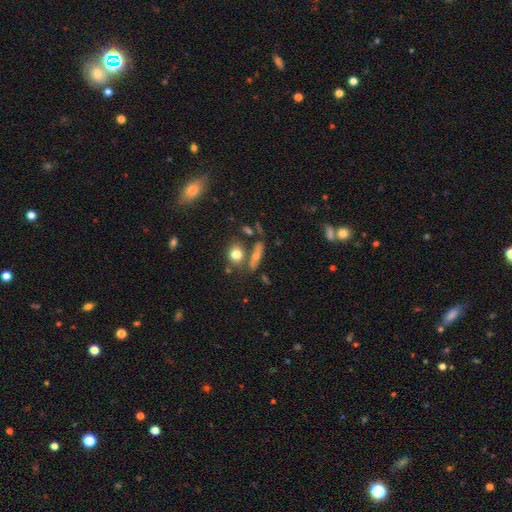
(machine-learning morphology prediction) Overall: smooth (54%; featured or disk 25%). How rounded: in between (37%; round 36%). Merging: none (61%).